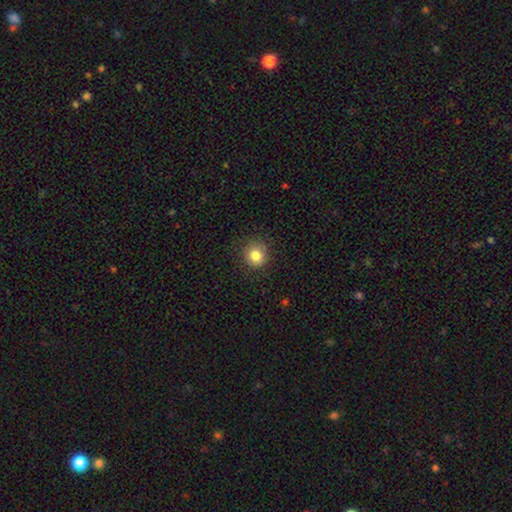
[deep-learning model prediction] smooth-or-featured: smooth: 83% | star or artifact: 11% | featured or disk: 6%
  how-rounded: round: 92% | in between: 8% | cigar-shaped: 1%
  merging: none: 88% | minor disturbance: 8% | major disturbance: 3% | merger: 1%